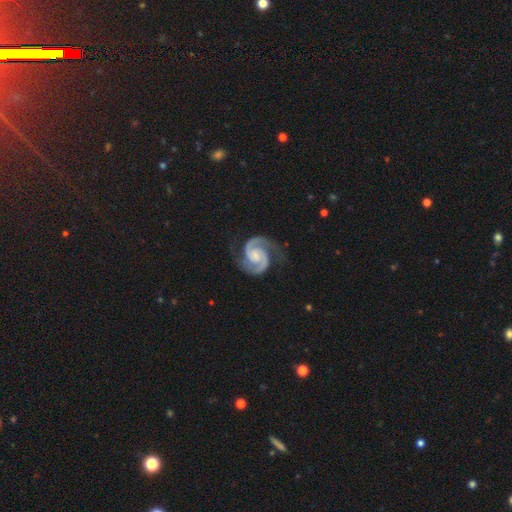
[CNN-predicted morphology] A featured or disk galaxy (94%) with no bar (59%), 2 (95%) medium (55%) spiral arms (99%) and a small central bulge (39%).

Vote fractions:
- Smooth or featured? featured or disk: 94% / star or artifact: 3% / smooth: 3%
- Edge-on disk? no: 99% / yes: 1%
- Bar? no: 59% / weak: 32% / strong: 8%
- Spiral arms? yes: 99% / no: 1%
- Spiral winding? medium: 55% / tight: 37% / loose: 7%
- Spiral arm count? 2: 95% / 3: 1% / can't tell: 1% / 1: 1% / 4: 1% / more than 4: 1%
- Bulge size? small: 39% / moderate: 32% / none: 22% / large: 4% / dominant: 1%
- Merging? none: 78% / minor disturbance: 16% / major disturbance: 5% / merger: 1%